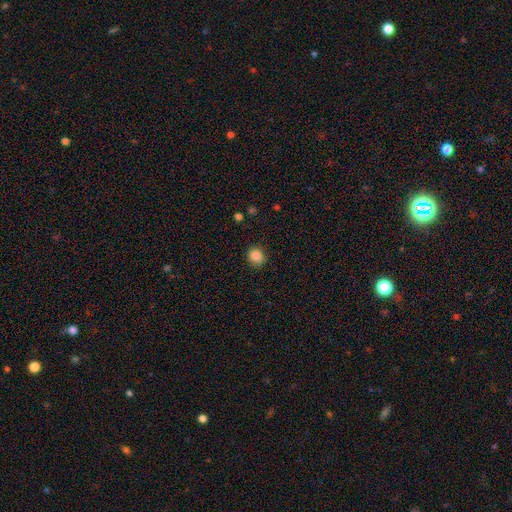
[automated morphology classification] The model was most divided on "how rounded": round: 80%, in between: 19%, cigar-shaped: 1%. More confident: merging — none (89%); smooth or featured — smooth (85%).